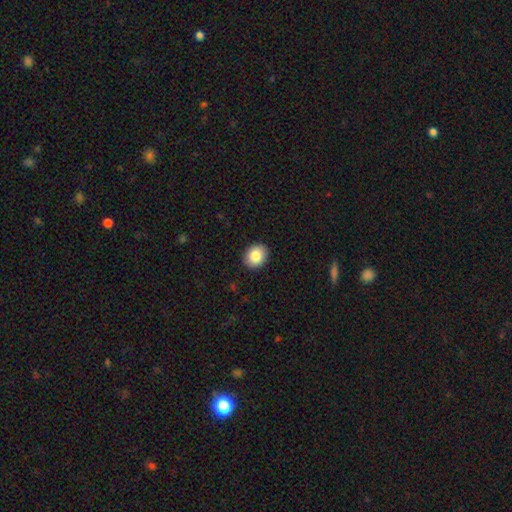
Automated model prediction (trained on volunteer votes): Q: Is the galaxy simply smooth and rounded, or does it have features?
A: smooth — 86%.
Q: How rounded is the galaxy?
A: round — 59%.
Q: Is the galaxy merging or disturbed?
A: none — 91%.